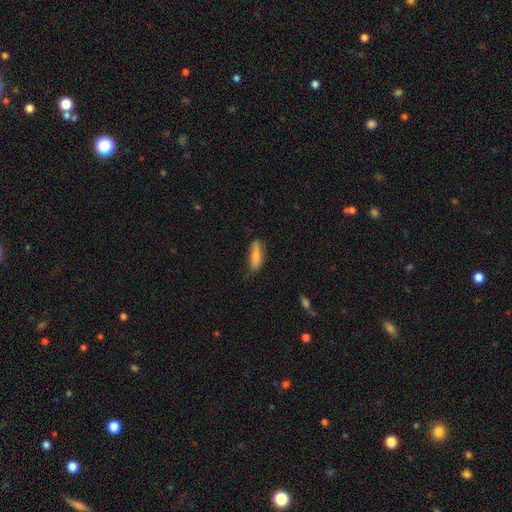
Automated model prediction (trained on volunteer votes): Smooth or featured?
  - smooth: 73% *
  - featured or disk: 21%
  - star or artifact: 6%
How rounded?
  - in between: 52% *
  - cigar-shaped: 46%
  - round: 2%
Merging?
  - none: 62% *
  - minor disturbance: 29%
  - major disturbance: 7%
  - merger: 2%